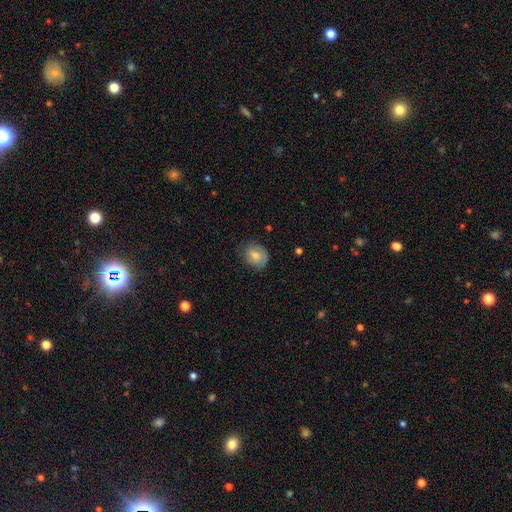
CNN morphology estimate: Smooth or featured: smooth — 66% (featured or disk — 26%)
How rounded: in between — 50% (round — 49%)
Merging: none — 71% (minor disturbance — 22%)